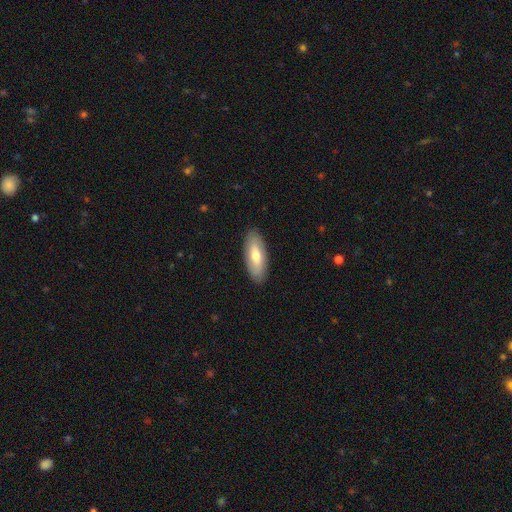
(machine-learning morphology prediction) This appears to be a smooth galaxy with no disk features (66%) that is in between round and cigar-shaped (79%). Merging: none (88%).